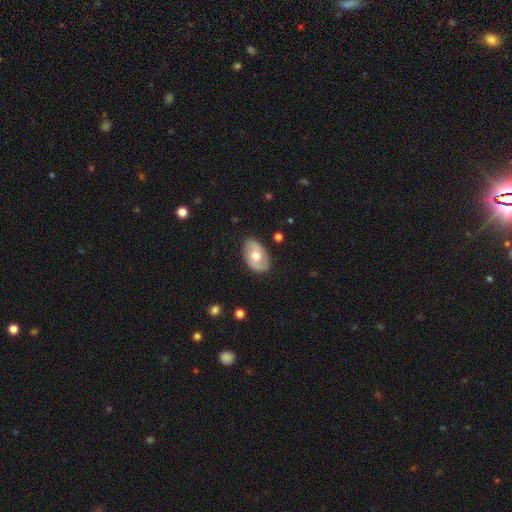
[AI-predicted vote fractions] Smooth or featured?
  - smooth: 50% *
  - featured or disk: 44%
  - star or artifact: 6%
Merging?
  - none: 81% *
  - minor disturbance: 14%
  - major disturbance: 3%
  - merger: 1%